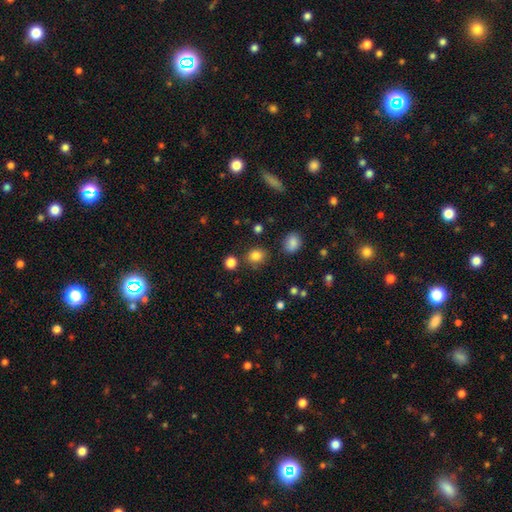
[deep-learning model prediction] smooth 83%, star or artifact 12%, featured or disk 5%. Down the decision tree: how rounded — round (76%); merging — none (82%).